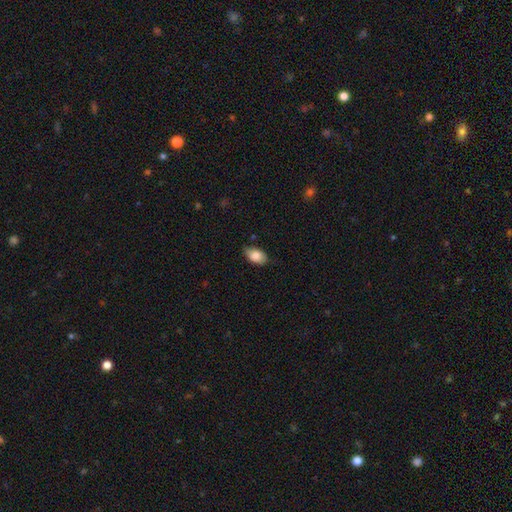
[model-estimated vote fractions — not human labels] The model was most divided on "merging": none: 77%, minor disturbance: 19%, major disturbance: 3%, merger: 1%. More confident: how rounded — in between (92%); smooth or featured — smooth (84%).